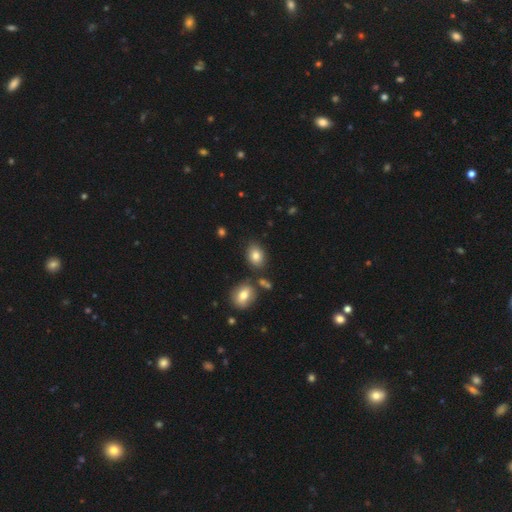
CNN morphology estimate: Q: Smooth or featured?
A: smooth (81%); runner-up: star or artifact (10%)
Q: How rounded?
A: in between (74%); runner-up: round (24%)
Q: Merging?
A: none (77%); runner-up: minor disturbance (12%)